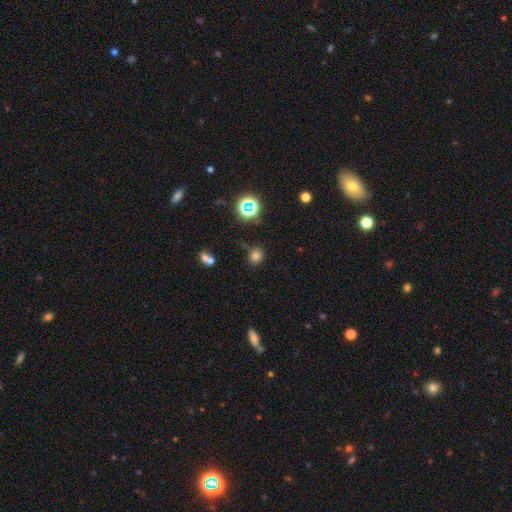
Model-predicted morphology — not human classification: Smooth or featured: smooth — 72% (star or artifact — 21%)
How rounded: round — 73% (in between — 26%)
Merging: none — 79% (minor disturbance — 11%)